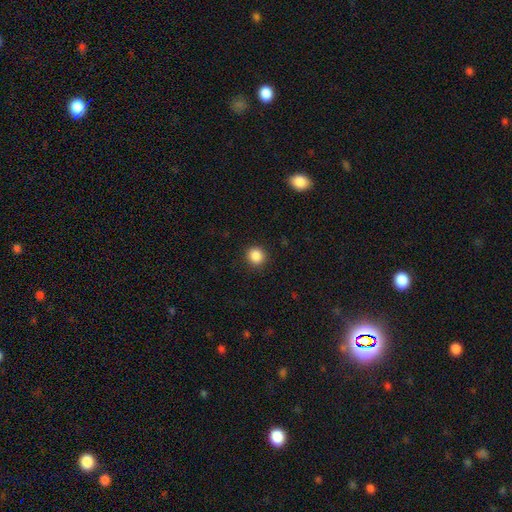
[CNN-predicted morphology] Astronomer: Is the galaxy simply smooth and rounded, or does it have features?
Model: smooth — 87%.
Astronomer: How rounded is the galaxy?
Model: round — 89%.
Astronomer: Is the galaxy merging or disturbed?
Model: none — 91%.